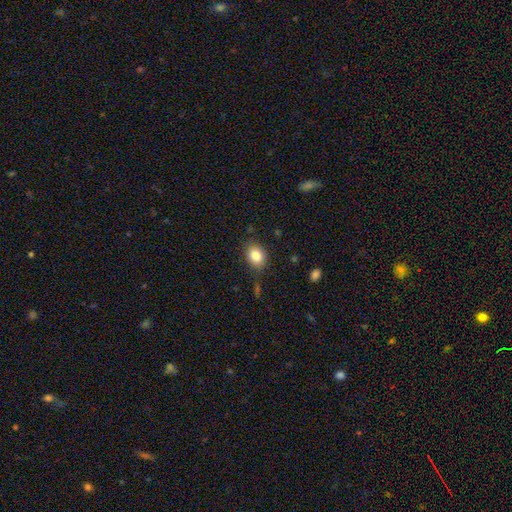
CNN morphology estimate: smooth_or_featured: smooth (p=0.84) [alt: star or artifact p=0.09]
how_rounded: in between (p=0.62) [alt: round p=0.37]
merging: none (p=0.82) [alt: minor disturbance p=0.13]